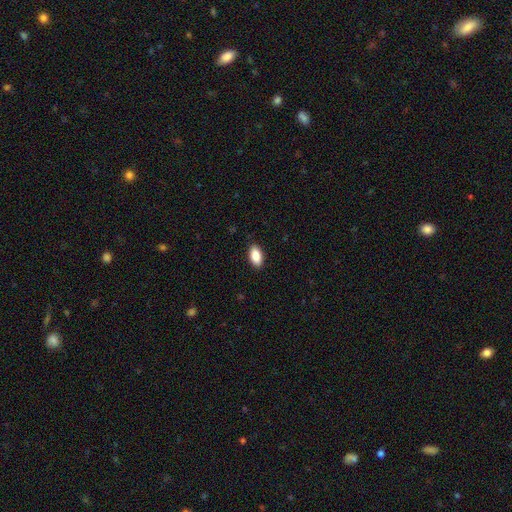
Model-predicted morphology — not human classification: A smooth galaxy with no disk features (87%) that is in between round and cigar-shaped (93%). Merging: none (89%).